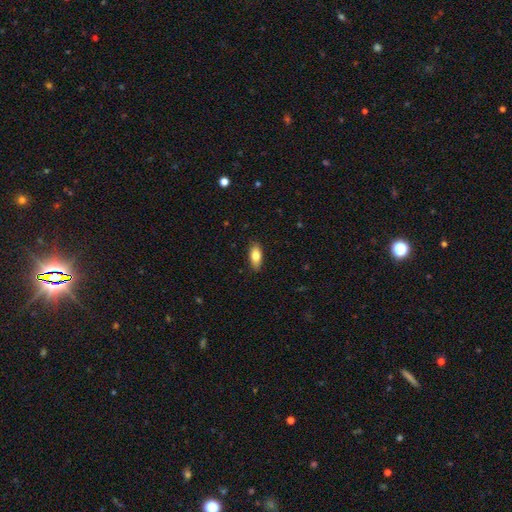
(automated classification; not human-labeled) The model was most divided on "smooth or featured": smooth: 82%, featured or disk: 12%, star or artifact: 7%. More confident: merging — none (87%); how rounded — in between (85%).